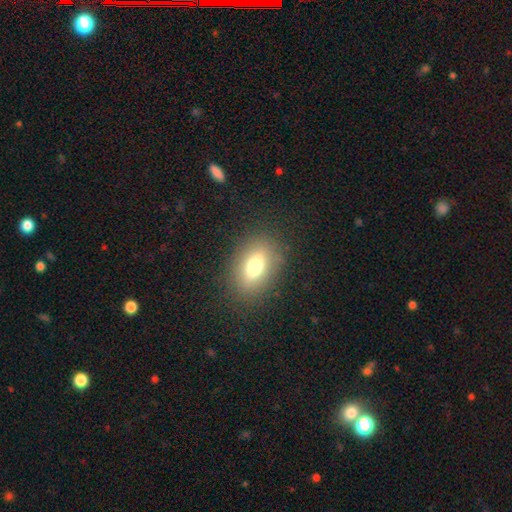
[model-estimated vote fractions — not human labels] Morphology: type=smooth (75%); roundness=in between (83%); merging=none (86%).